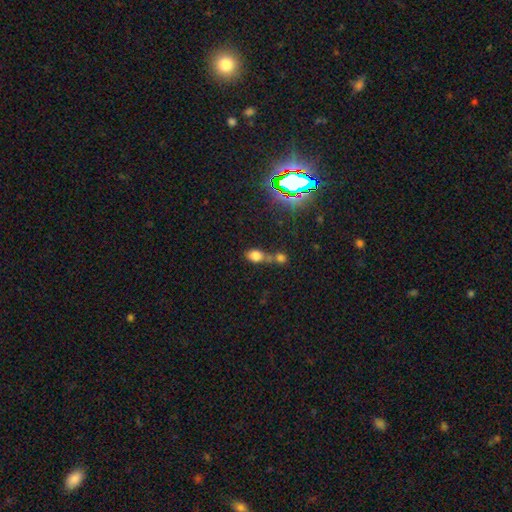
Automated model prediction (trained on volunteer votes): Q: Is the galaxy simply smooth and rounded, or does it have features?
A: smooth — 75%.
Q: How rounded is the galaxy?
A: in between — 64%.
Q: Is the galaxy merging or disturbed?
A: merger — 56%.